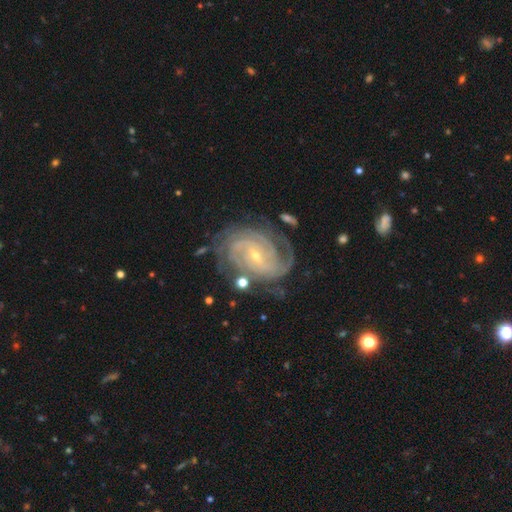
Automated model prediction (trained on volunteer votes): The model was most divided on "spiral arm count": 4: 25%, 3: 24%, 2: 20%, can't tell: 18%, more than 4: 8%, 1: 6%. Remaining: spiral arms — yes (98%); edge-on disk — no (97%); smooth or featured — featured or disk (92%); bulge size — small (74%); spiral winding — tight (73%); merging — none (70%); bar — weak (44%).